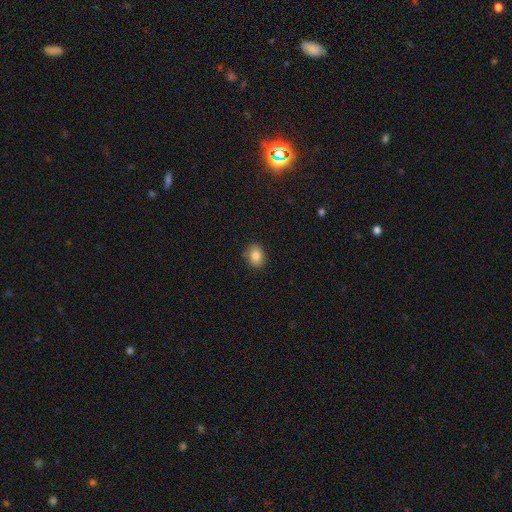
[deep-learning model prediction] Smooth or featured? smooth (83%)
How rounded? round (53%)
Merging? none (88%)